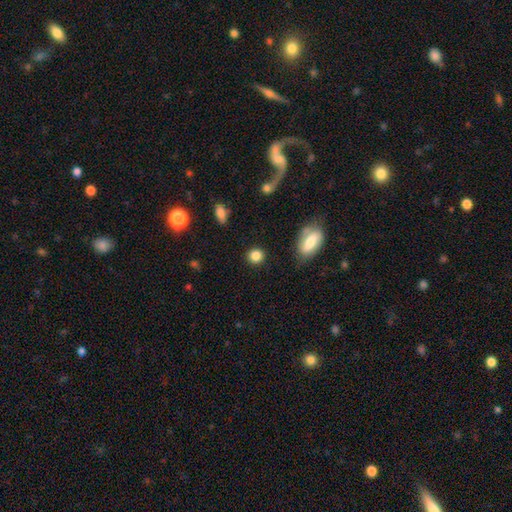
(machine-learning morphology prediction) Smooth or featured? Predicted: smooth (p=0.85). How rounded? Predicted: round (p=0.85). Merging? Predicted: none (p=0.86).